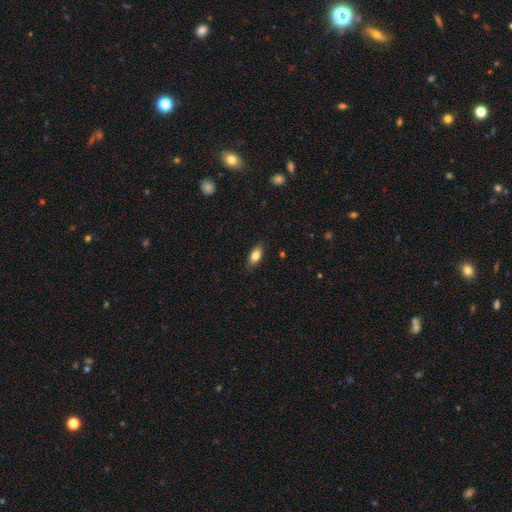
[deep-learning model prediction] Smooth or featured: smooth — 80% (featured or disk — 13%)
How rounded: in between — 85% (cigar-shaped — 11%)
Merging: none — 85% (minor disturbance — 12%)